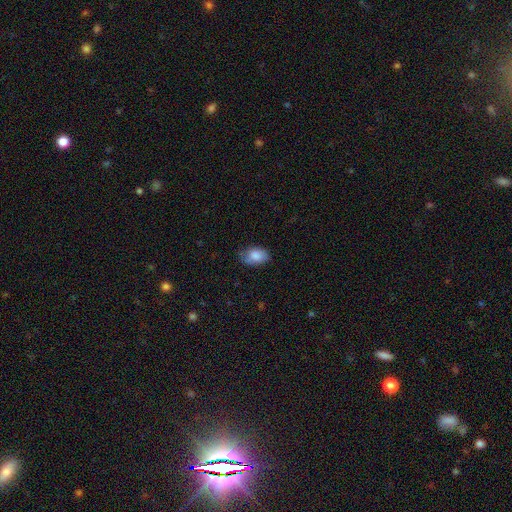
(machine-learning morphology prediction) Smooth or featured? Predicted: smooth (p=0.83). How rounded? Predicted: in between (p=0.86). Merging? Predicted: none (p=0.66).